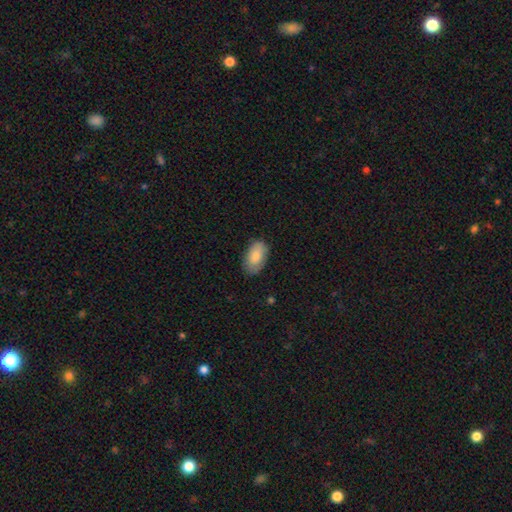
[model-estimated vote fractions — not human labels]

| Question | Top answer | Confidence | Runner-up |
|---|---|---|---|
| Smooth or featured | smooth | 84% | featured or disk (10%) |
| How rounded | in between | 94% | round (4%) |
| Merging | none | 81% | minor disturbance (15%) |